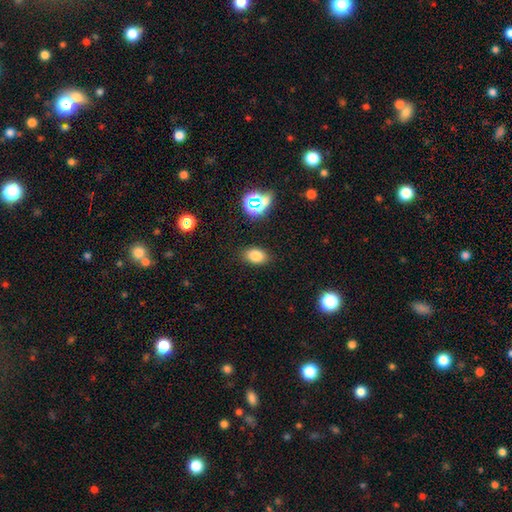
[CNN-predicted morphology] smooth-or-featured: smooth: 79% | star or artifact: 15% | featured or disk: 7%
  how-rounded: in between: 80% | round: 19% | cigar-shaped: 1%
  merging: none: 85% | minor disturbance: 10% | major disturbance: 3% | merger: 2%